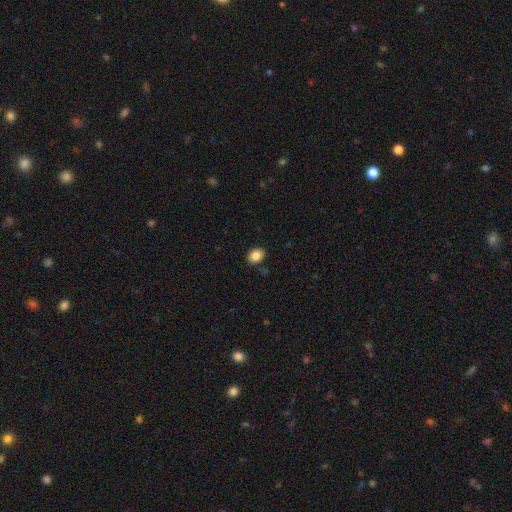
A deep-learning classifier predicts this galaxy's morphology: smooth 86%, star or artifact 9%, featured or disk 5%. Down the decision tree: how rounded — in between (59%); merging — none (87%).